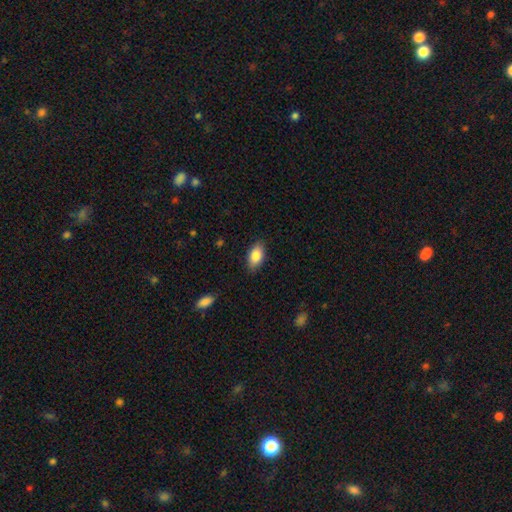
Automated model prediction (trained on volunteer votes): This is clearly a smooth galaxy (85%). How rounded: clearly in between (92%). Merging: clearly none (86%).